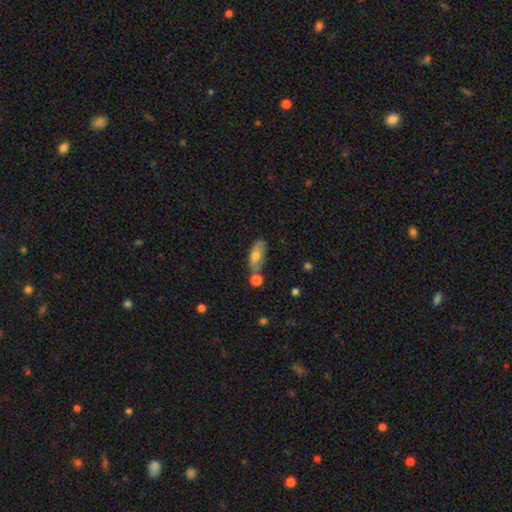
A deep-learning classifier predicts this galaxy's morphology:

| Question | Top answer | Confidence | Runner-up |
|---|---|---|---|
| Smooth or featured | smooth | 70% | featured or disk (23%) |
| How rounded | in between | 79% | cigar-shaped (17%) |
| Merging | none | 52% | minor disturbance (21%) |